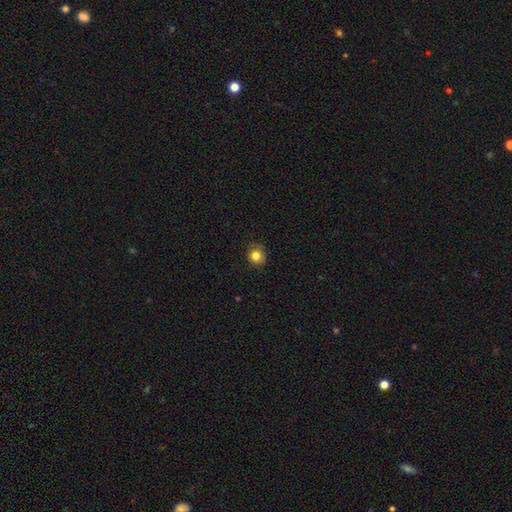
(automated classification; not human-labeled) The model was most divided on "smooth or featured": smooth: 83%, star or artifact: 12%, featured or disk: 6%. More confident: how rounded — round (90%); merging — none (85%).